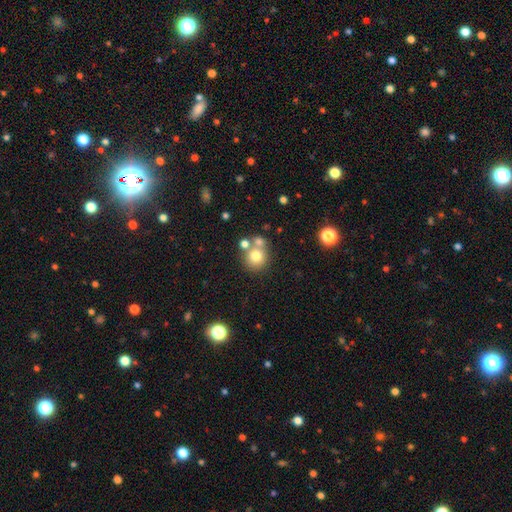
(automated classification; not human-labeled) The model was most divided on "merging": none: 58%, merger: 29%, minor disturbance: 9%, major disturbance: 4%. More confident: how rounded — round (88%); smooth or featured — smooth (74%).